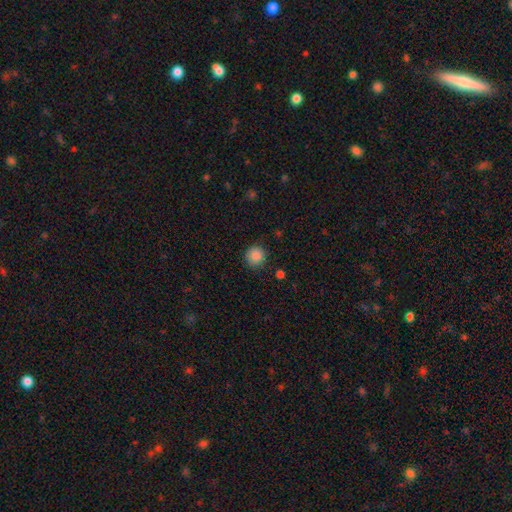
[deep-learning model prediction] This is clearly a smooth galaxy (87%). How rounded: clearly round (93%). Merging: clearly none (88%).